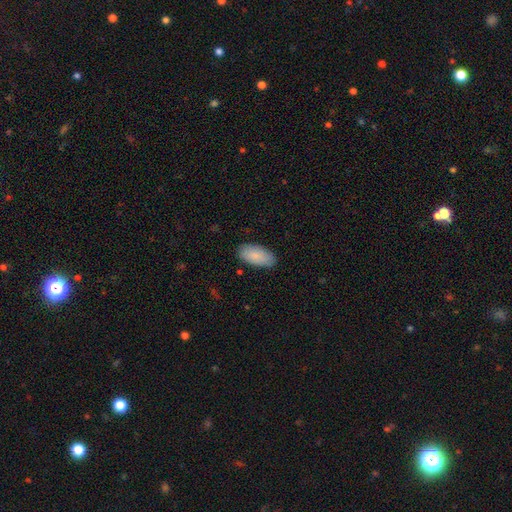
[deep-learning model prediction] A smooth galaxy with no disk features (87%) that is in between round and cigar-shaped (94%). Merging: none (85%).